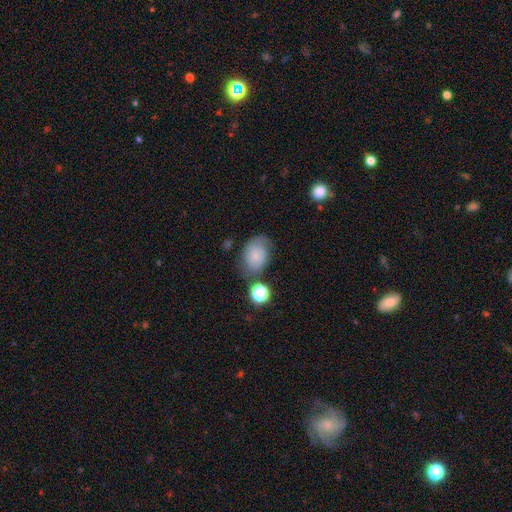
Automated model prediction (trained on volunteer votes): Overall: smooth (64%; featured or disk 25%). How rounded: in between (66%; round 32%). Merging: none (52%; minor disturbance 28%).